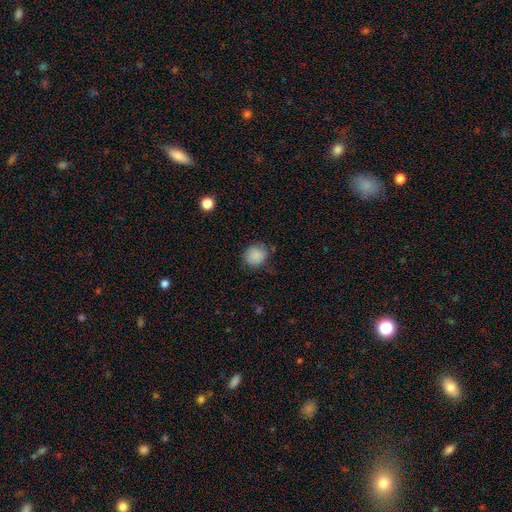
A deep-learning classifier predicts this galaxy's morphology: This appears to be a smooth galaxy with no disk features (87%) that is round (78%). Merging: none (73%).